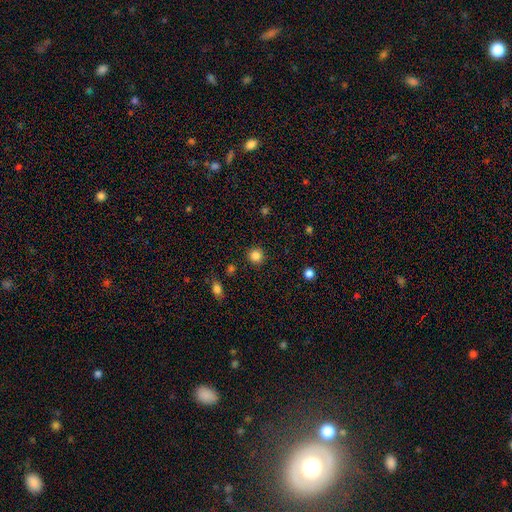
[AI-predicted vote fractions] This is clearly a smooth galaxy (85%). How rounded: clearly round (94%). Merging: clearly none (91%).